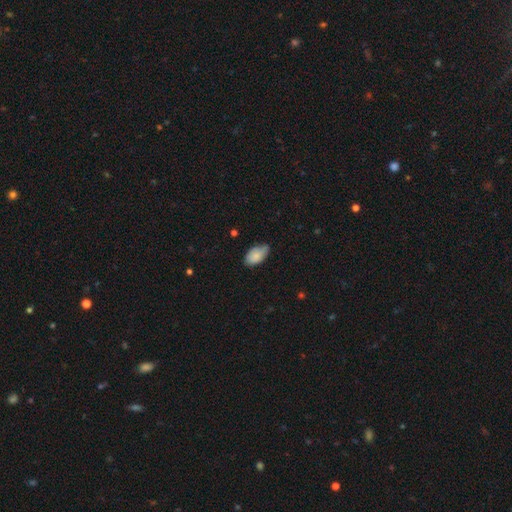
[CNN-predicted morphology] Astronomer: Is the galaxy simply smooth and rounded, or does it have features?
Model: smooth — 82%.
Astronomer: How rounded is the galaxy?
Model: in between — 94%.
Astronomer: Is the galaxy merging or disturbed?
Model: none — 60%.